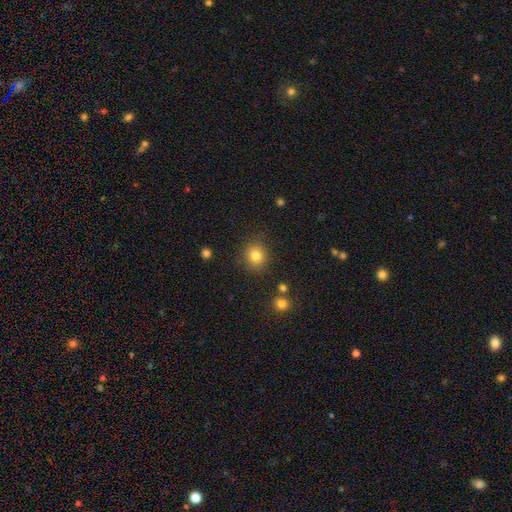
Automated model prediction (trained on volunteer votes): A smooth galaxy with no disk features (82%) that is round (83%).

Vote fractions:
- Smooth or featured? smooth: 82% / star or artifact: 12% / featured or disk: 6%
- How rounded? round: 83% / in between: 16% / cigar-shaped: 1%
- Merging? none: 85% / minor disturbance: 9% / major disturbance: 3% / merger: 2%